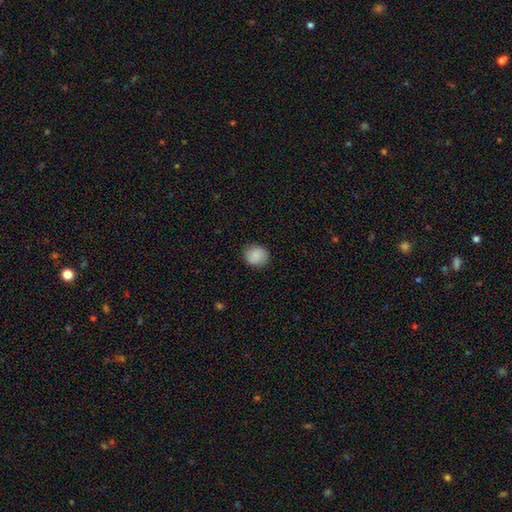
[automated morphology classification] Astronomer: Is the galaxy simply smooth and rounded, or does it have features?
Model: smooth — 86%.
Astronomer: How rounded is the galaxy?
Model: round — 88%.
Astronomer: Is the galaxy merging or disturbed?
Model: none — 88%.